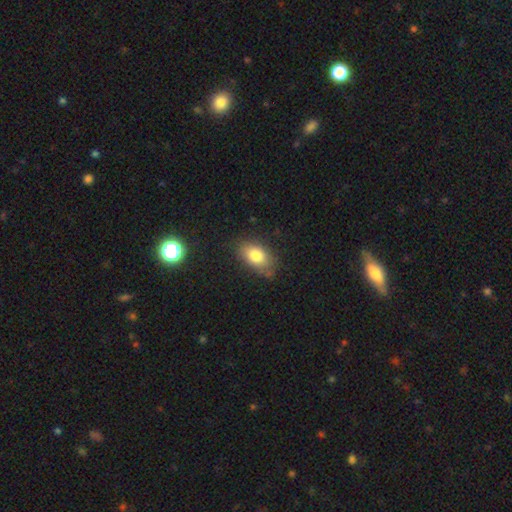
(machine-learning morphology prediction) smooth-or-featured: smooth: 79% | featured or disk: 13% | star or artifact: 9%
  how-rounded: in between: 88% | round: 9% | cigar-shaped: 3%
  merging: none: 73% | minor disturbance: 20% | major disturbance: 5% | merger: 2%